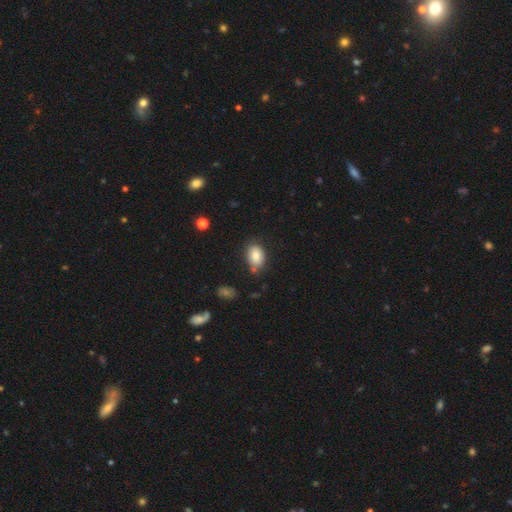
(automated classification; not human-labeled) Morphology: type=smooth (82%); roundness=in between (81%); merging=none (75%).